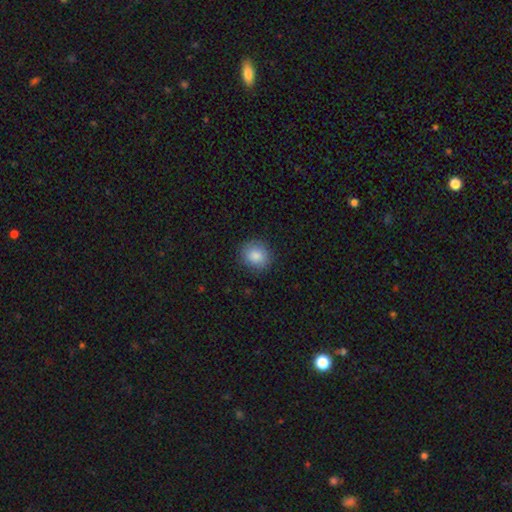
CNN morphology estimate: Overall: smooth (86%). How rounded: round (81%). Merging: none (86%).